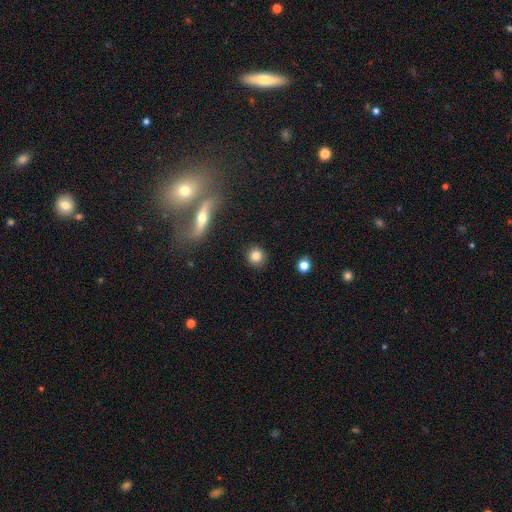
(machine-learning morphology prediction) Smooth or featured: smooth — 83% (star or artifact — 9%)
How rounded: round — 91% (in between — 7%)
Merging: none — 89% (minor disturbance — 7%)